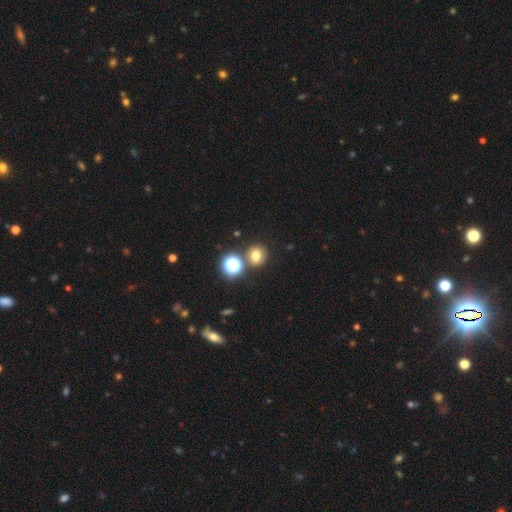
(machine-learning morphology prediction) Smooth or featured: smooth — 71% (star or artifact — 20%)
How rounded: round — 80% (in between — 19%)
Merging: none — 75% (merger — 13%)